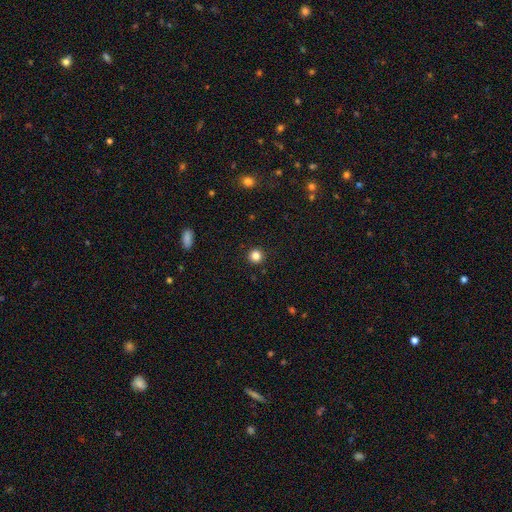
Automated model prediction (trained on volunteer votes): This appears to be a smooth galaxy with no disk features (84%) that is round (95%). Merging: none (92%).